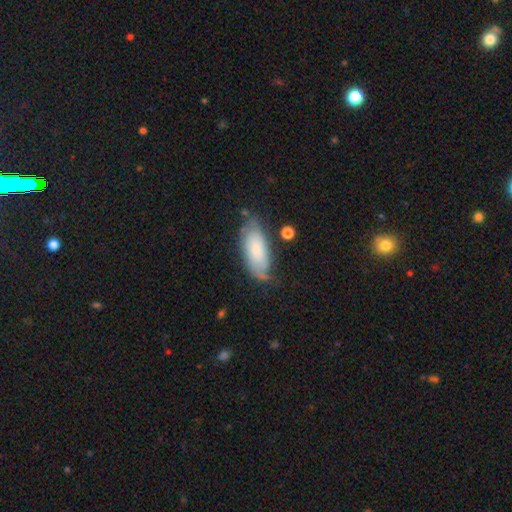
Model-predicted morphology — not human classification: Smooth or featured?
  - smooth: 64% *
  - featured or disk: 29%
  - star or artifact: 7%
How rounded?
  - in between: 87% *
  - cigar-shaped: 11%
  - round: 2%
Merging?
  - none: 58% *
  - minor disturbance: 29%
  - major disturbance: 10%
  - merger: 4%